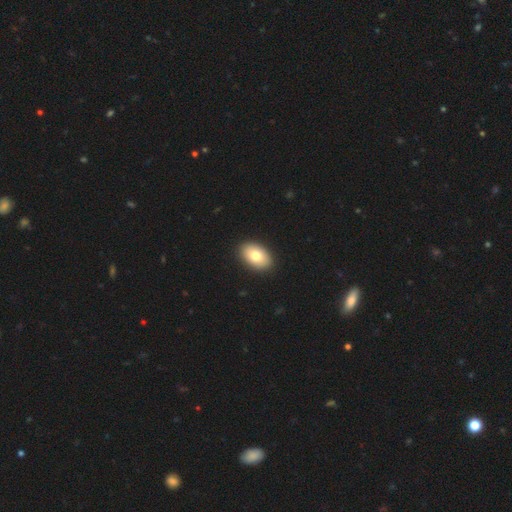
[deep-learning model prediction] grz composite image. It shows a smooth galaxy with no disk features (80%) that is in between round and cigar-shaped (91%). Merging: none (91%).